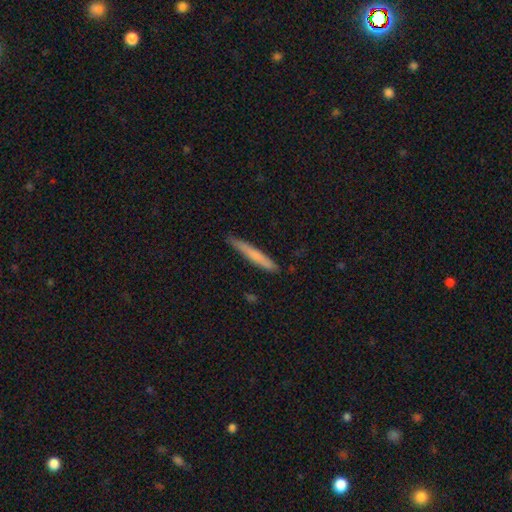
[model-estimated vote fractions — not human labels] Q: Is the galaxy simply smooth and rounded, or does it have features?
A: smooth — 71%.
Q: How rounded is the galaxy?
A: cigar-shaped — 96%.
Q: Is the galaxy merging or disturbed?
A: none — 84%.